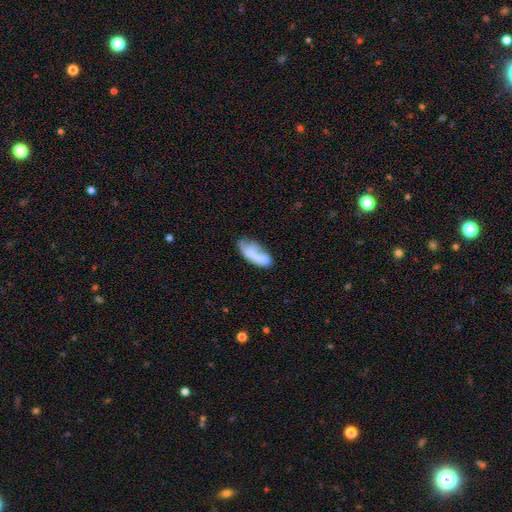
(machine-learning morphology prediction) Overall: smooth (64%; featured or disk 28%). How rounded: in between (75%). Merging: none (36%; minor disturbance 31%).